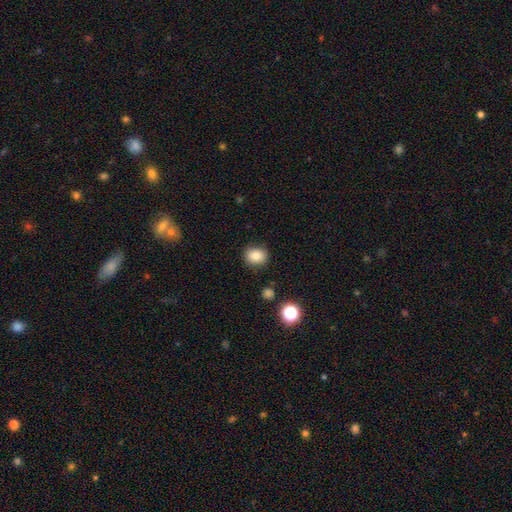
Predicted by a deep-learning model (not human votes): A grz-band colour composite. It shows a smooth galaxy with no disk features (82%) that is round (65%). Merging: none (86%).